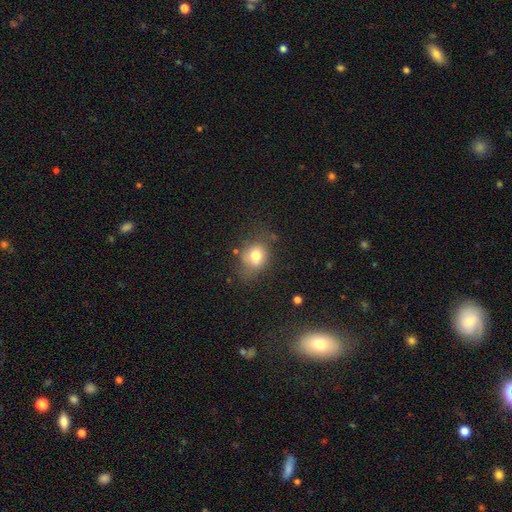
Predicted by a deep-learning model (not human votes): Overall: smooth (74%). How rounded: round (51%; in between 48%). Merging: none (57%; minor disturbance 26%).